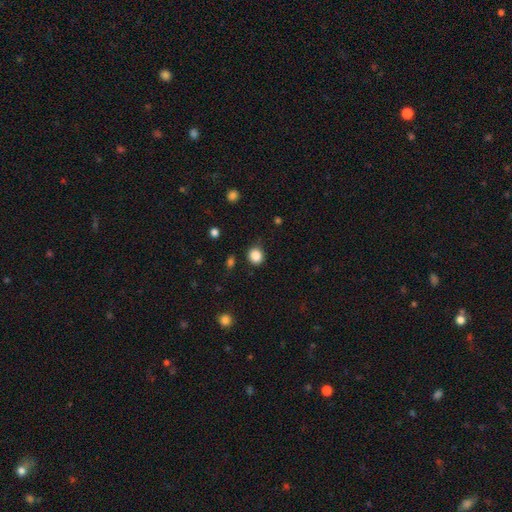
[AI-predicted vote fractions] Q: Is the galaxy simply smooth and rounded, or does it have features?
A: smooth — 86%.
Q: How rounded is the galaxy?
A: round — 81%.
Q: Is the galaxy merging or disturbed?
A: none — 82%.